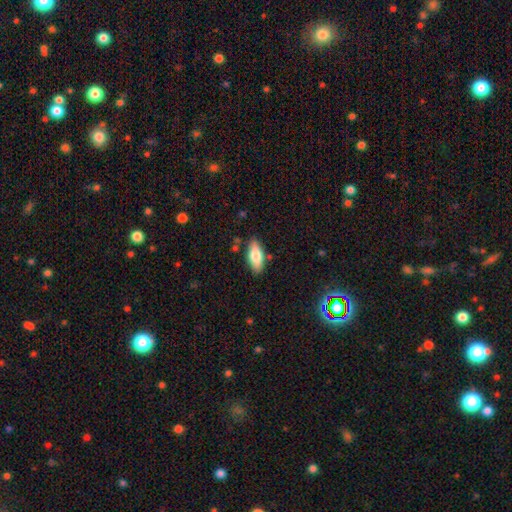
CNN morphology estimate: smooth-or-featured: smooth: 75% | featured or disk: 18% | star or artifact: 7%
  how-rounded: in between: 82% | cigar-shaped: 16% | round: 3%
  merging: none: 83% | minor disturbance: 12% | major disturbance: 2% | merger: 2%